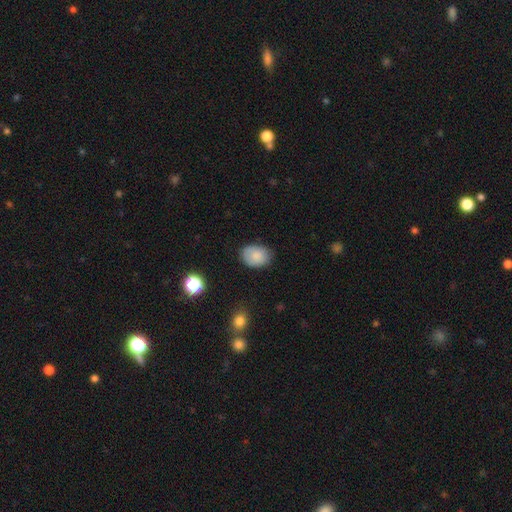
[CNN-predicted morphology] This is clearly a smooth galaxy (83%). How rounded: likely in between (72%). Merging: likely none (74%).